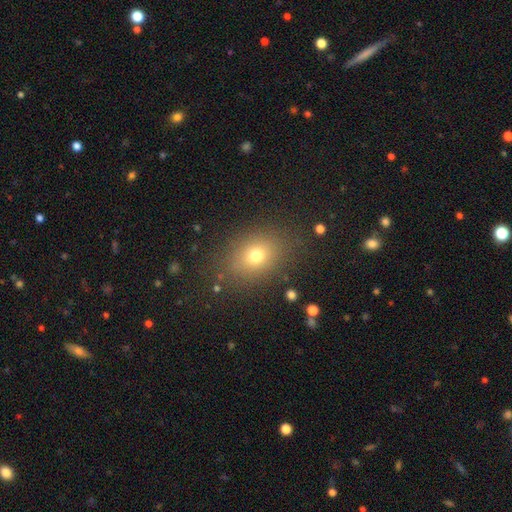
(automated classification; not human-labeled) Smooth or featured? smooth (73%)
How rounded? in between (59%)
Merging? none (83%)